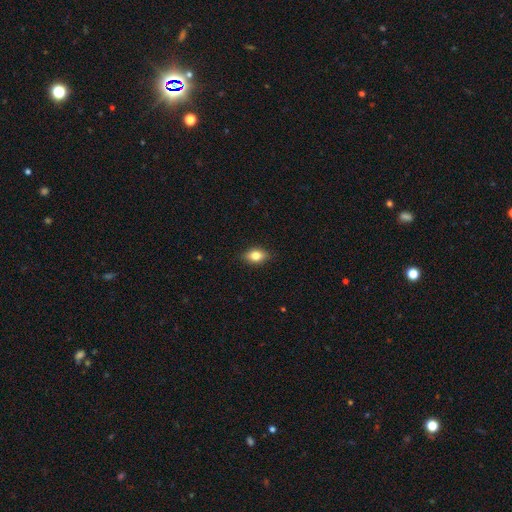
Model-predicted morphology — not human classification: type=smooth (79%); roundness=in between (80%); merging=none (87%).